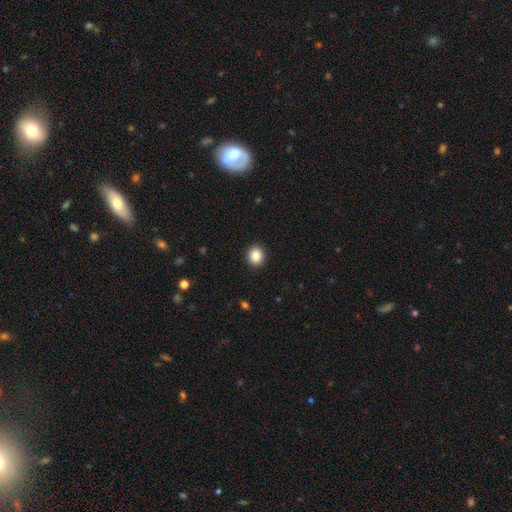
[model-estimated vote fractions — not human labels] smooth 86%, star or artifact 10%, featured or disk 4%. Down the decision tree: how rounded — round (76%); merging — none (92%).